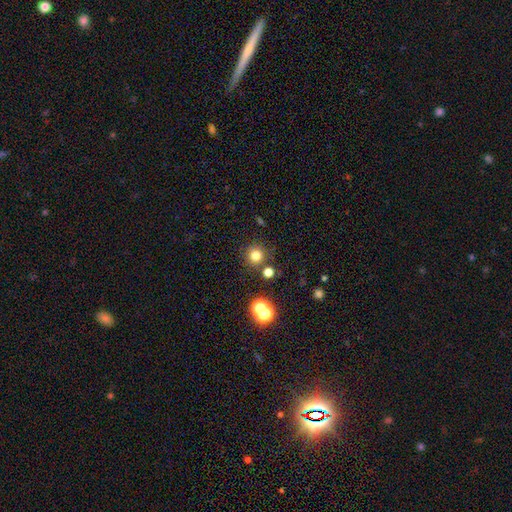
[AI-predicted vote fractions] smooth 77%, star or artifact 17%, featured or disk 7%. Down the decision tree: how rounded — round (94%); merging — none (83%).